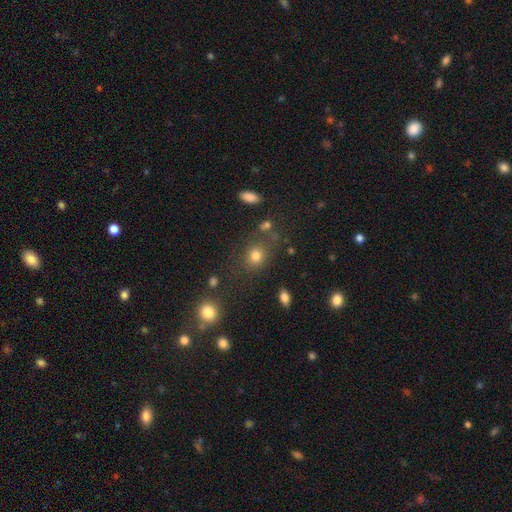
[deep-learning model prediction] smooth_or_featured: smooth (p=0.75) [alt: star or artifact p=0.16]
how_rounded: round (p=0.68) [alt: in between p=0.31]
merging: none (p=0.73) [alt: minor disturbance p=0.13]